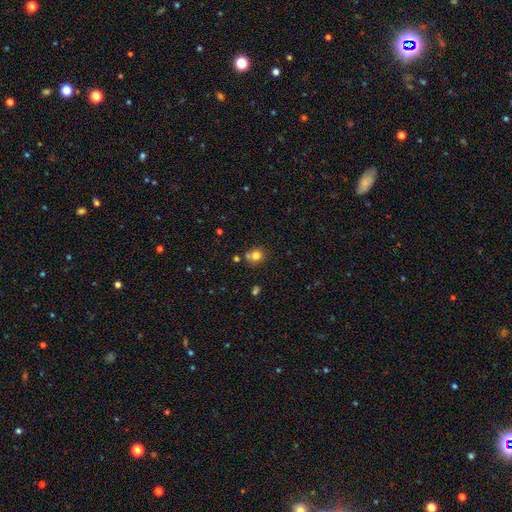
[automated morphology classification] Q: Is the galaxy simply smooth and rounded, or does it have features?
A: smooth — 80%.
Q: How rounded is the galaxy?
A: round — 80%.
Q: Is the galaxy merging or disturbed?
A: none — 66%.